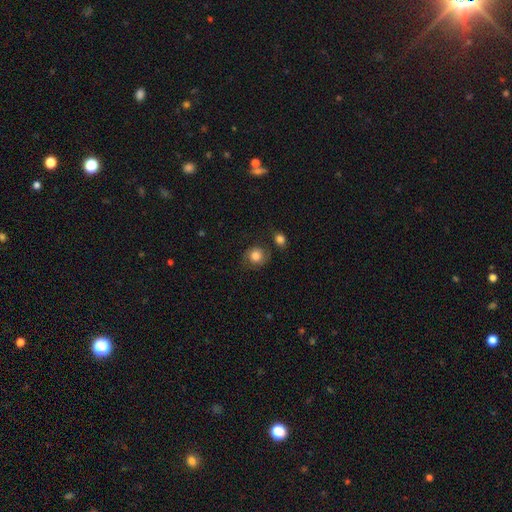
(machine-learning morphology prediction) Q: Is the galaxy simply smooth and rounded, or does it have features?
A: smooth — 79%.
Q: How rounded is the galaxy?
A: round — 81%.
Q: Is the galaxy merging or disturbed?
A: none — 67%.